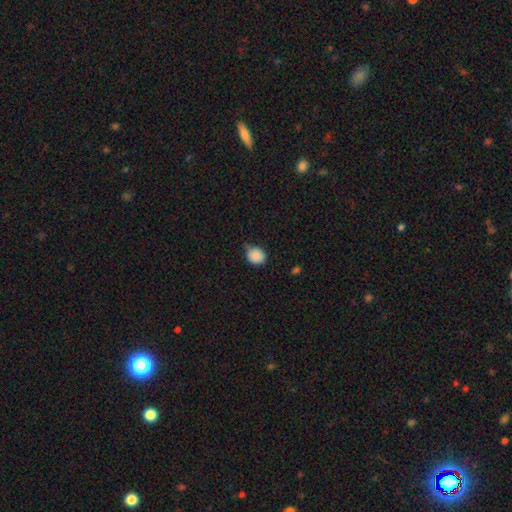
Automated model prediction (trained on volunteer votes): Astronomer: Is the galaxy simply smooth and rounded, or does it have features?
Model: smooth — 87%.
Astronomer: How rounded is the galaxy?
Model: round — 74%.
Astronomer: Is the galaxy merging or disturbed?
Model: none — 50% (runner-up: minor disturbance, 41%).